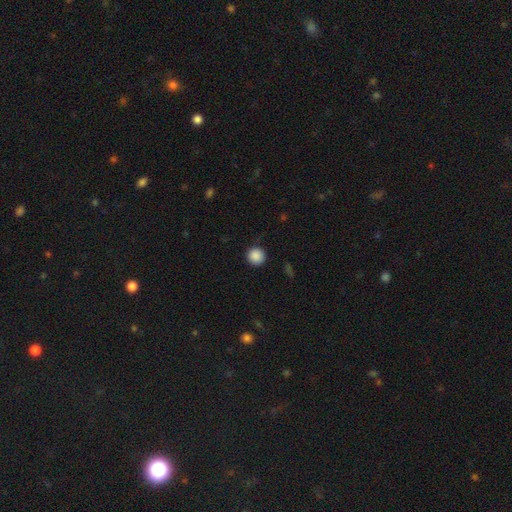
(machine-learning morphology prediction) This is clearly a smooth galaxy (88%). How rounded: clearly round (94%). Merging: clearly none (90%).